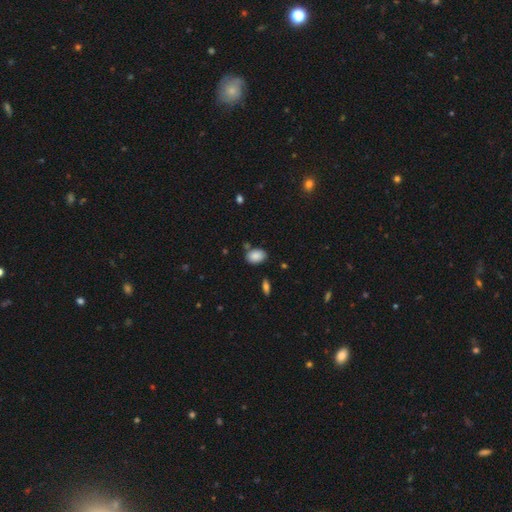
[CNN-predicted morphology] Overall: smooth (87%). How rounded: in between (81%). Merging: none (77%).